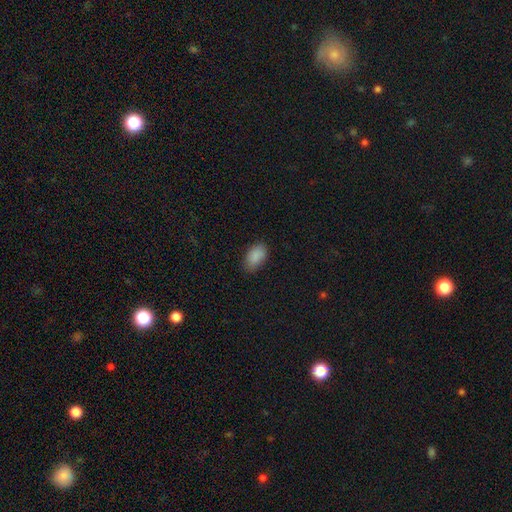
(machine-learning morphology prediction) smooth-or-featured: smooth: 88% | star or artifact: 7% | featured or disk: 5%
  how-rounded: in between: 93% | round: 5% | cigar-shaped: 2%
  merging: none: 80% | minor disturbance: 16% | major disturbance: 3% | merger: 1%